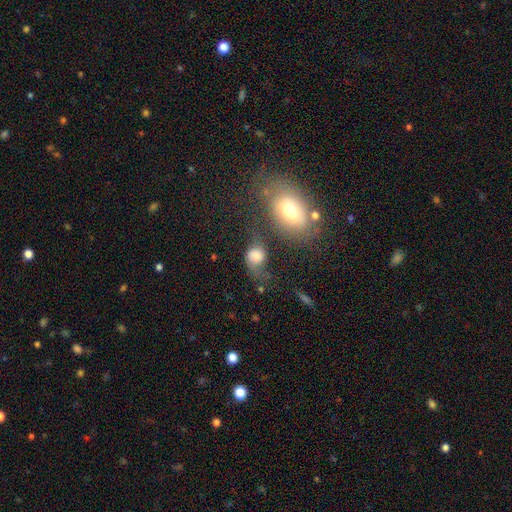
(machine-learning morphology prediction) A smooth galaxy with no disk features (67%) that is round (52%). Merging: none (33%).